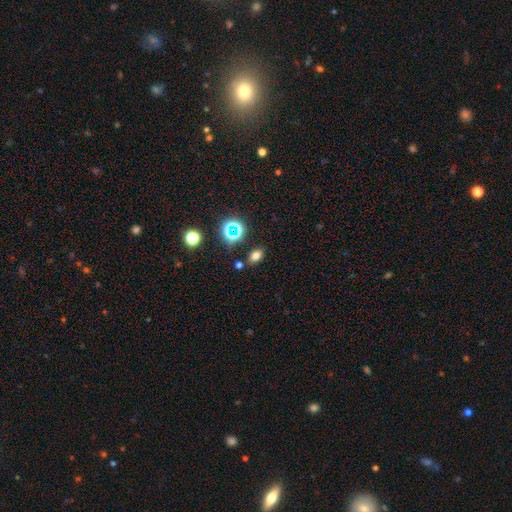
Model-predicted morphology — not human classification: type=smooth (71%); roundness=in between (80%); merging=none (82%).